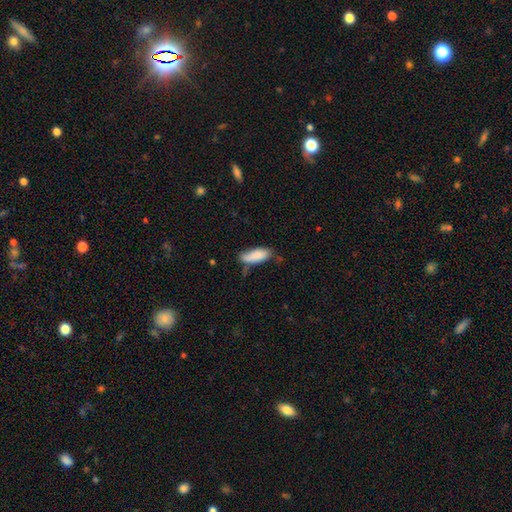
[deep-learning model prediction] Morphology: type=smooth (85%); roundness=in between (73%); merging=none (54%).